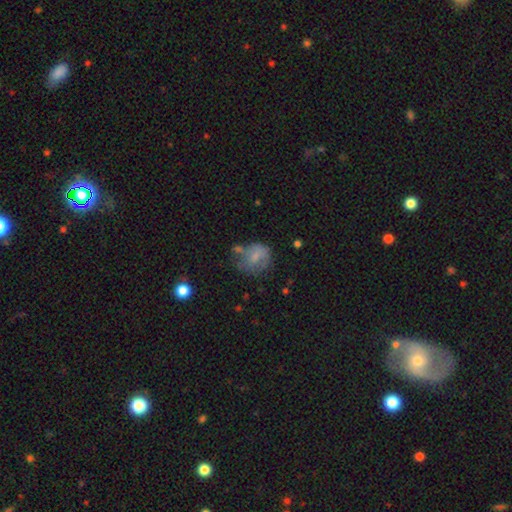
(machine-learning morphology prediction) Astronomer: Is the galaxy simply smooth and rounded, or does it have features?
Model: smooth — 57% (runner-up: featured or disk, 33%).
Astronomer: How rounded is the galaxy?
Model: round — 62%.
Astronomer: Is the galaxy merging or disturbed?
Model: none — 40% (runner-up: minor disturbance, 28%).